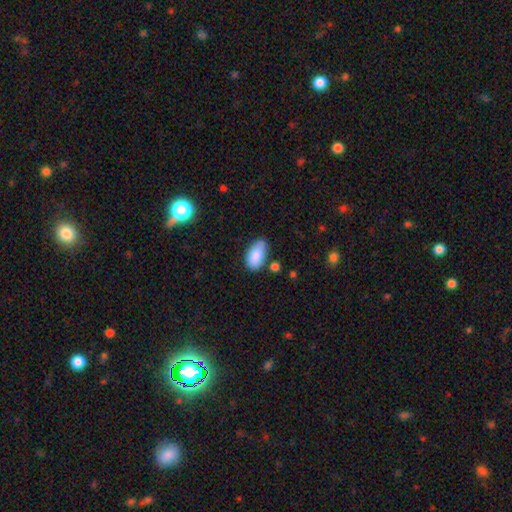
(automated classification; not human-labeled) smooth_or_featured: smooth (p=0.86) [alt: star or artifact p=0.07]
how_rounded: in between (p=0.94) [alt: round p=0.03]
merging: none (p=0.66) [alt: minor disturbance p=0.23]